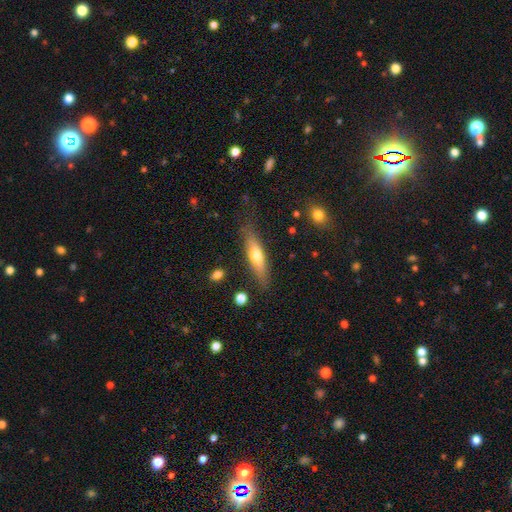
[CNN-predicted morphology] Smooth or featured? Predicted: smooth (p=0.56). How rounded? Predicted: cigar-shaped (p=0.69). Merging? Predicted: none (p=0.79).